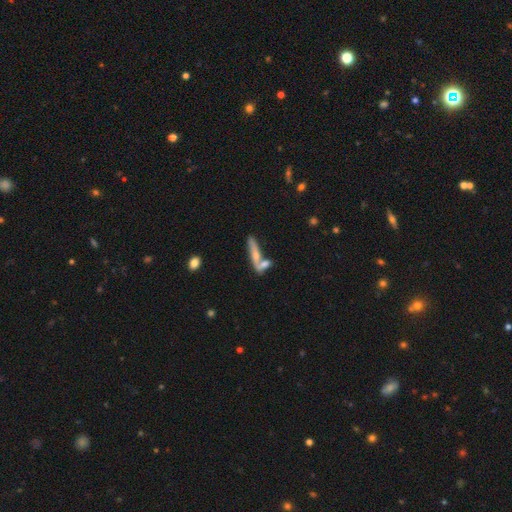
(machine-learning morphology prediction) Smooth or featured? Predicted: smooth (p=0.49). Merging? Predicted: none (p=0.42).